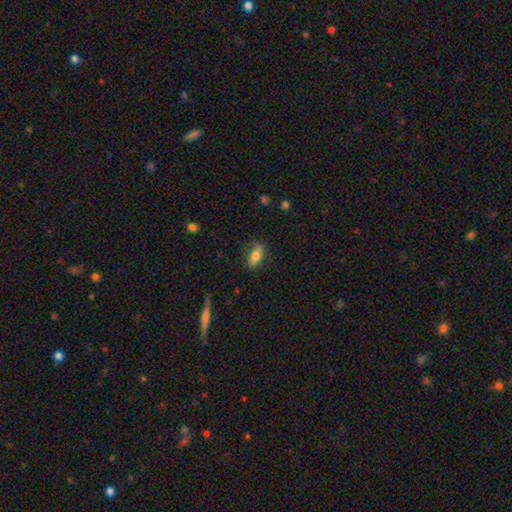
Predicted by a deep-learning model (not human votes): Smooth or featured? smooth (75%)
How rounded? in between (84%)
Merging? none (74%)